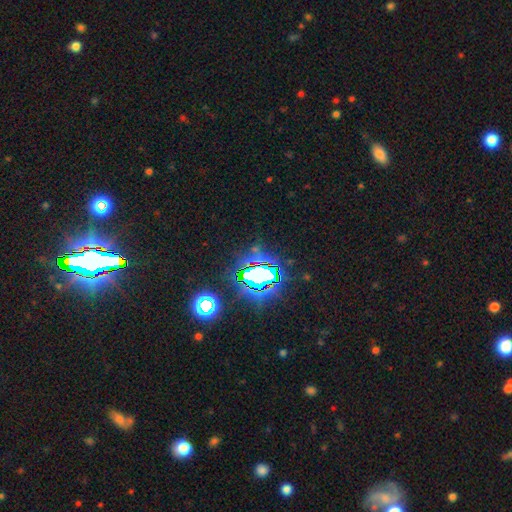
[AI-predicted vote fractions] This is clearly a star or artifact rather than a galaxy (82%).